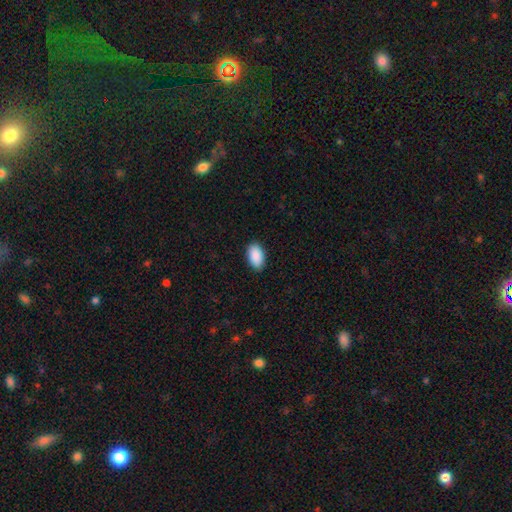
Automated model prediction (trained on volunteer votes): This appears to be a smooth galaxy with no disk features (91%) that is in between round and cigar-shaped (95%). Merging: none (88%).